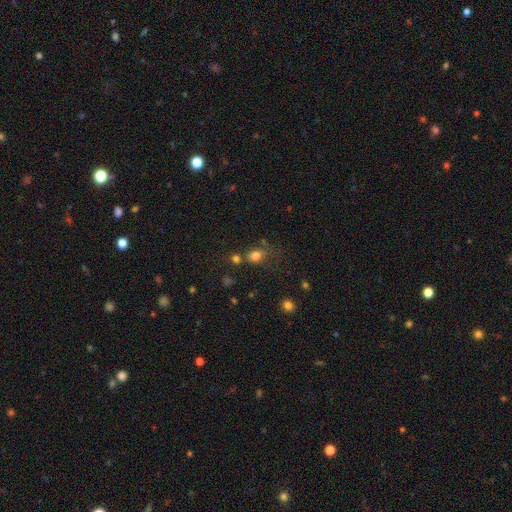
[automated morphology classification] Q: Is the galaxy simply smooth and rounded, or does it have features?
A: smooth — 78%.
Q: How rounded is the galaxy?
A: round — 53%.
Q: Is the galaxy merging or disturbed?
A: none — 56%.